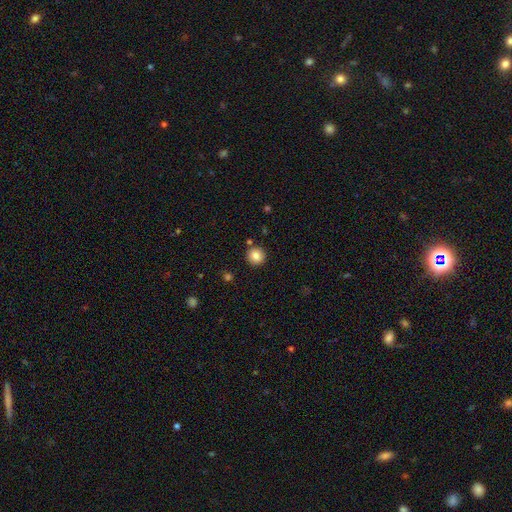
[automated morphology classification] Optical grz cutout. It shows a smooth galaxy with no disk features (85%) that is round (95%). Merging: none (89%).